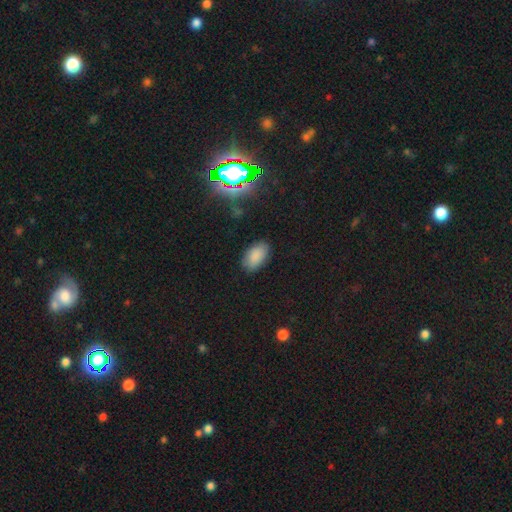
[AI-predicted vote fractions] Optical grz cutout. It shows a smooth galaxy with no disk features (84%) that is in between round and cigar-shaped (94%). Merging: none (83%).